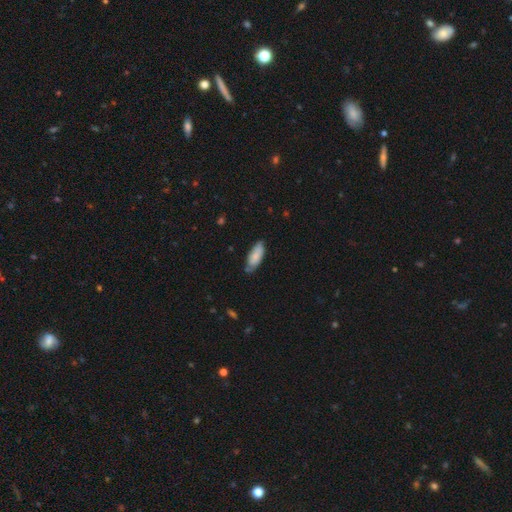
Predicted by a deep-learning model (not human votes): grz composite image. It shows a smooth galaxy with no disk features (79%) that is in between round and cigar-shaped (77%). Merging: none (67%).